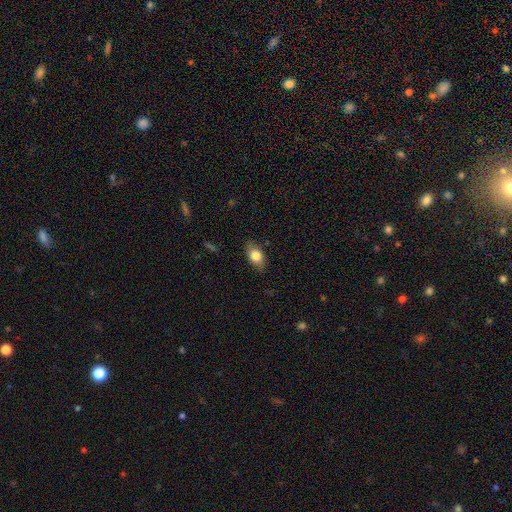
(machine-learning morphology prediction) Overall: smooth (78%). How rounded: in between (86%). Merging: none (80%).